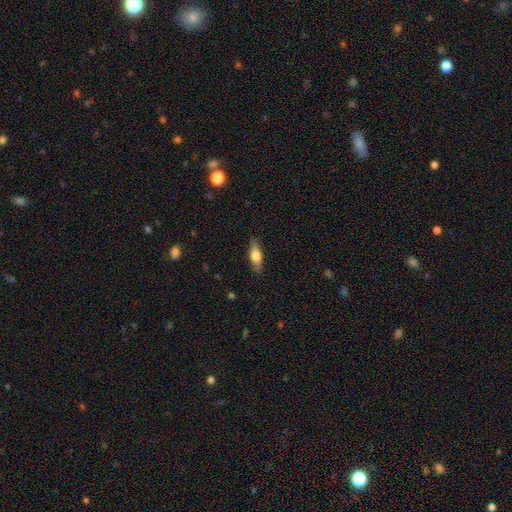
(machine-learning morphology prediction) Smooth or featured: smooth — 64% (featured or disk — 29%)
How rounded: in between — 59% (cigar-shaped — 37%)
Merging: none — 85% (minor disturbance — 11%)